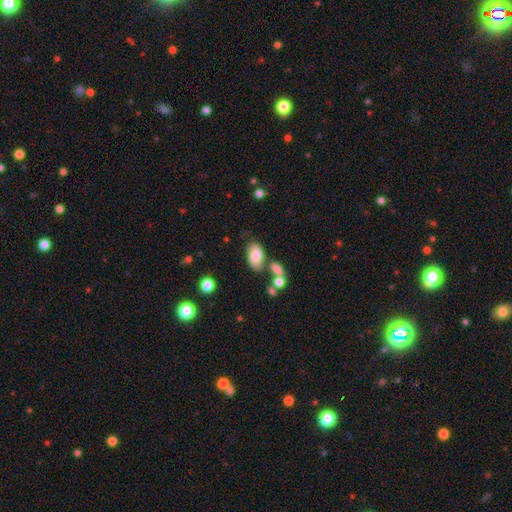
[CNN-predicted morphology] Q: Smooth or featured?
A: smooth (83%); runner-up: featured or disk (10%)
Q: How rounded?
A: in between (93%); runner-up: round (5%)
Q: Merging?
A: none (63%); runner-up: minor disturbance (16%)